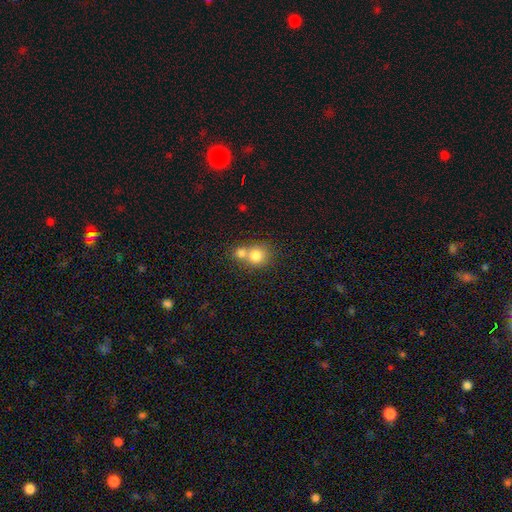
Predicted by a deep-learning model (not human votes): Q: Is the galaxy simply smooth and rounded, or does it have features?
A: smooth — 79%.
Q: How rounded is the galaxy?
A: round — 83%.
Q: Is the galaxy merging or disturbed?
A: merger — 58%.